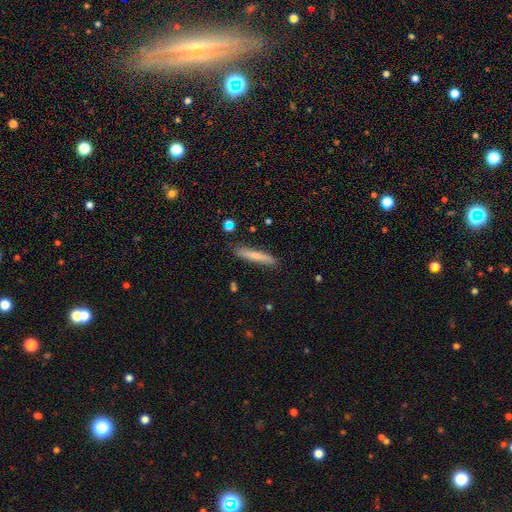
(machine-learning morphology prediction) Smooth or featured?
  - smooth: 72% *
  - featured or disk: 22%
  - star or artifact: 6%
How rounded?
  - cigar-shaped: 94% *
  - in between: 5%
  - round: 1%
Merging?
  - none: 86% *
  - minor disturbance: 10%
  - merger: 2%
  - major disturbance: 2%